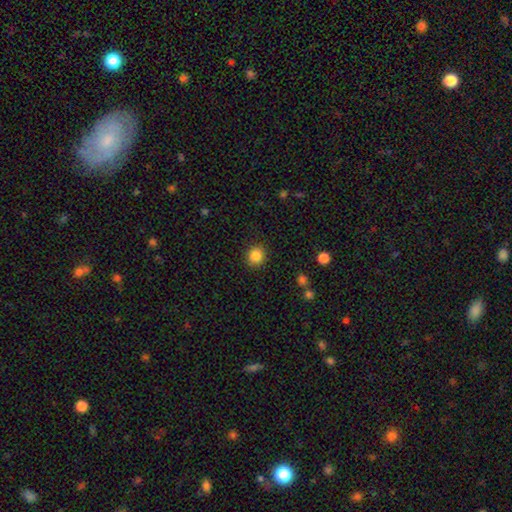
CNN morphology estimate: This appears to be a smooth galaxy with no disk features (85%) that is round (87%). Merging: none (90%).